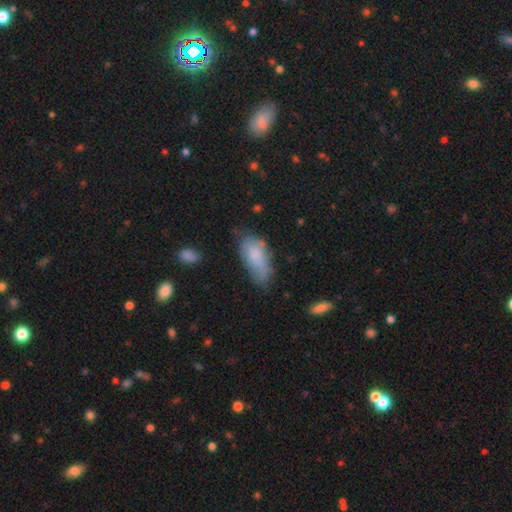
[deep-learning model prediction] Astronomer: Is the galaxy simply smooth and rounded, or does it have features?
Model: smooth — 74%.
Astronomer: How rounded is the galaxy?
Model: in between — 89%.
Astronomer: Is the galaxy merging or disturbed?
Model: none — 47% (runner-up: minor disturbance, 36%).